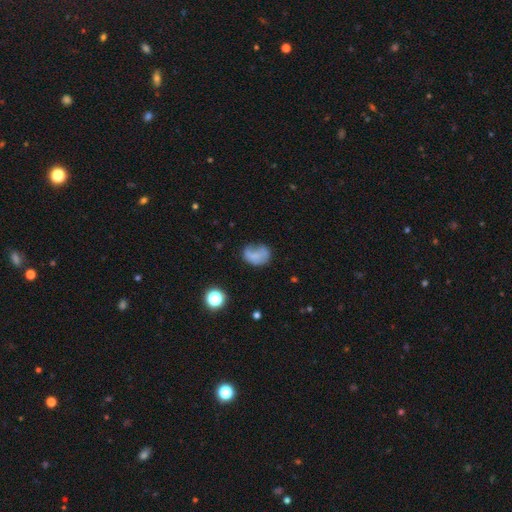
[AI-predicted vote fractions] This appears to be a smooth galaxy with no disk features (61%) that is in between round and cigar-shaped (62%). Merging: none (41%).